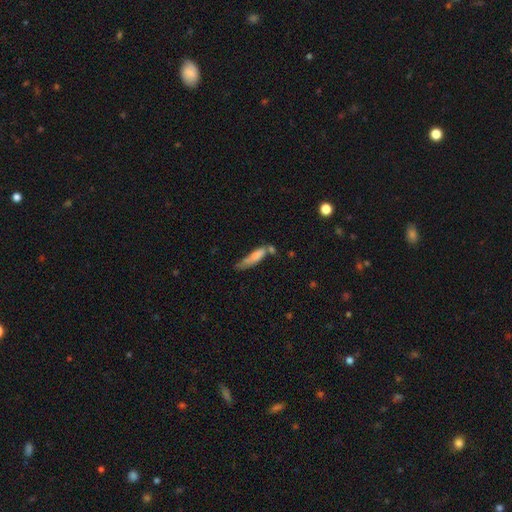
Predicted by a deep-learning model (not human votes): This is likely a smooth galaxy (72%). How rounded: likely cigar-shaped (68%). Merging: marginally none (33%).